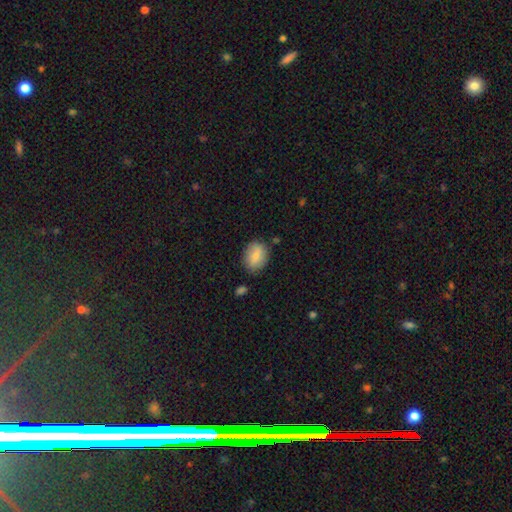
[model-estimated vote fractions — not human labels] A smooth galaxy with no disk features (79%) that is in between round and cigar-shaped (67%). Merging: none (78%).